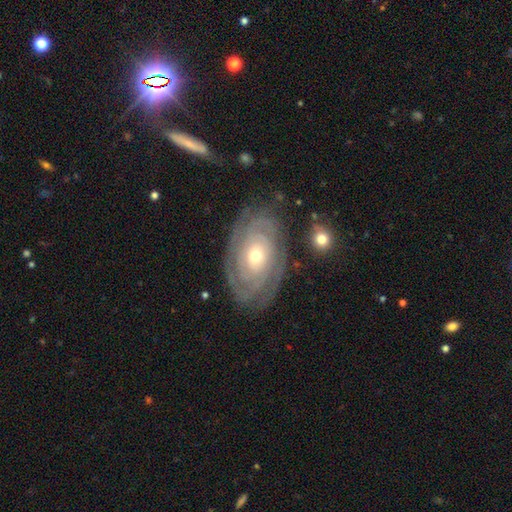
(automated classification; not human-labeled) smooth_or_featured: featured or disk (p=0.83) [alt: smooth p=0.11]
disk_edge_on: no (p=0.95) [alt: yes p=0.05]
bar: no (p=0.82) [alt: weak p=0.14]
has_spiral_arms: yes (p=0.90) [alt: no p=0.10]
spiral_winding: tight (p=0.83) [alt: medium p=0.13]
spiral_arm_count: can't tell (p=0.43) [alt: 2 p=0.23]
bulge_size: small (p=0.51) [alt: moderate p=0.45]
merging: none (p=0.78) [alt: minor disturbance p=0.14]